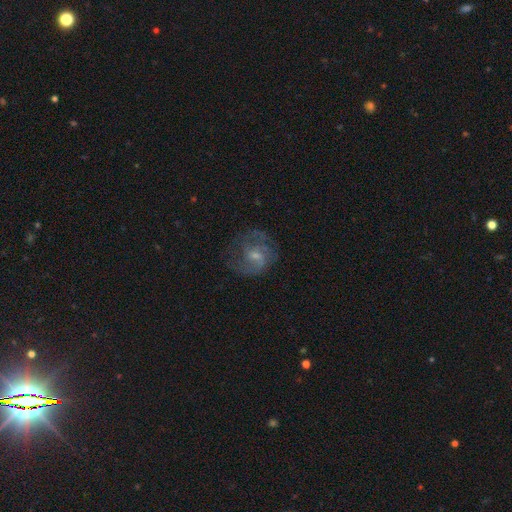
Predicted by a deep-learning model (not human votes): A featured or disk galaxy (71%) with a weak bar (49%), 2 (58%) medium (49%) spiral arms (87%) and a small central bulge (55%).

Vote fractions:
- Smooth or featured? featured or disk: 71% / smooth: 19% / star or artifact: 10%
- Edge-on disk? no: 97% / yes: 3%
- Bar? weak: 49% / no: 41% / strong: 10%
- Spiral arms? yes: 87% / no: 13%
- Spiral winding? medium: 49% / tight: 27% / loose: 24%
- Spiral arm count? 2: 58% / can't tell: 21% / 3: 10% / 1: 7% / 4: 3% / more than 4: 2%
- Bulge size? small: 55% / moderate: 35% / none: 7% / large: 2% / dominant: 1%
- Merging? none: 66% / minor disturbance: 18% / major disturbance: 14% / merger: 1%